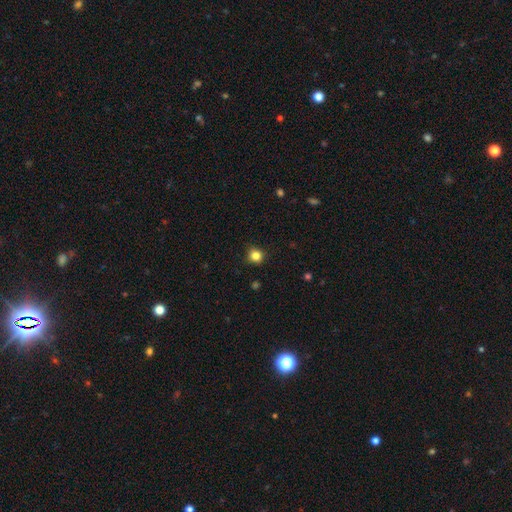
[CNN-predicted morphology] Smooth or featured?
  - smooth: 84% *
  - star or artifact: 12%
  - featured or disk: 4%
How rounded?
  - round: 90% *
  - in between: 9%
  - cigar-shaped: 1%
Merging?
  - none: 90% *
  - minor disturbance: 7%
  - major disturbance: 2%
  - merger: 1%